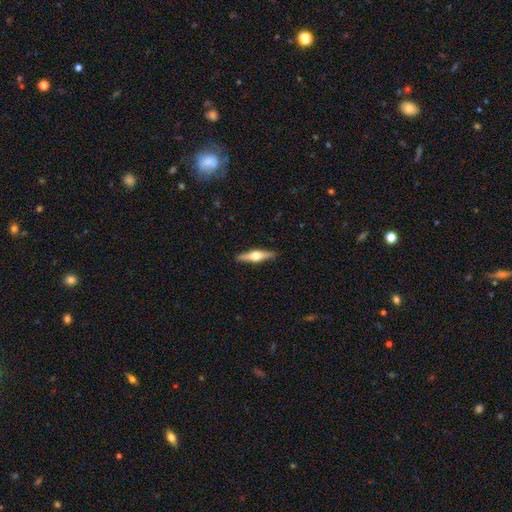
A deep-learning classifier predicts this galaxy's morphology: A featured or disk galaxy (68%) viewed edge-on (97%) with a rounded central bulge (95%). Merging: none (91%).